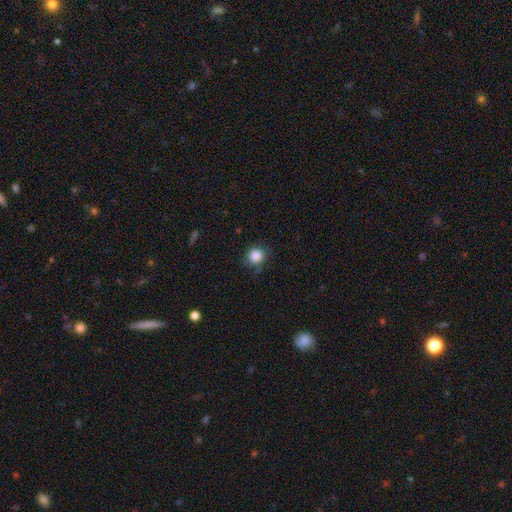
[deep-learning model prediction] A smooth galaxy with no disk features (86%) that is round (88%). Merging: none (75%).